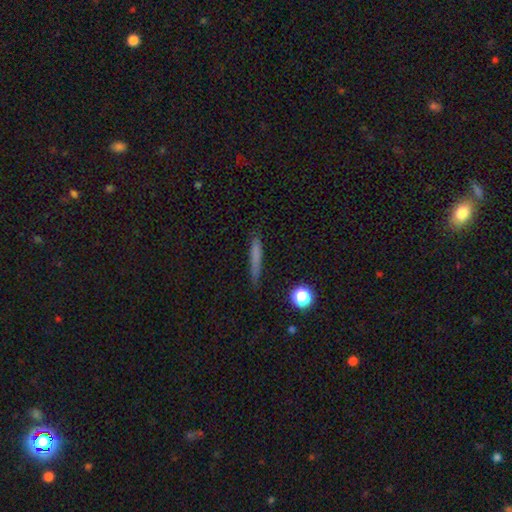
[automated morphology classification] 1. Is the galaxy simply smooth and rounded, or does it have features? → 69% smooth, 21% featured or disk, 10% star or artifact.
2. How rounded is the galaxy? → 92% cigar-shaped, 5% in between, 3% round.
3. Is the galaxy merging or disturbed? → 83% none, 12% minor disturbance, 3% major disturbance, 2% merger.